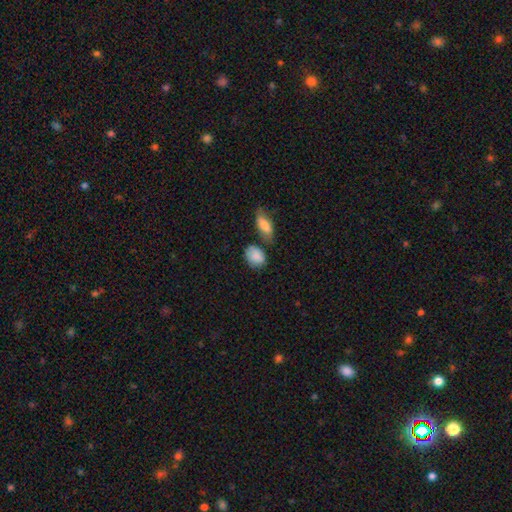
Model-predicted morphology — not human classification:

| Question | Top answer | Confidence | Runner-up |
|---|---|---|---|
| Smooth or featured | smooth | 86% | featured or disk (7%) |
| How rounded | in between | 73% | round (25%) |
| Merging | none | 55% | minor disturbance (24%) |